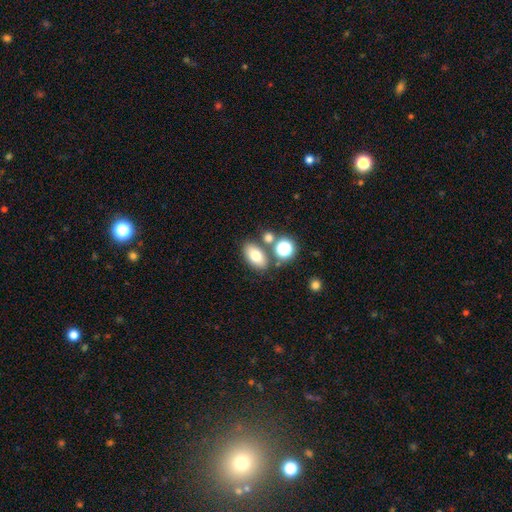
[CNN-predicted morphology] This appears to be a smooth galaxy with no disk features (75%) that is in between round and cigar-shaped (86%). Merging: none (72%).